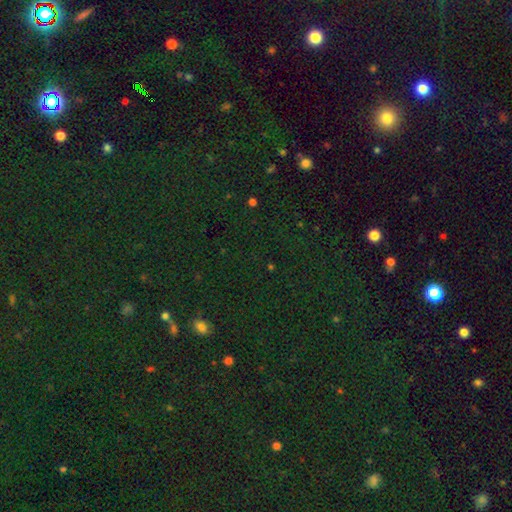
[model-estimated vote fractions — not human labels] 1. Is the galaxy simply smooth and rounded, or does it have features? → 74% star or artifact, 19% smooth, 8% featured or disk.